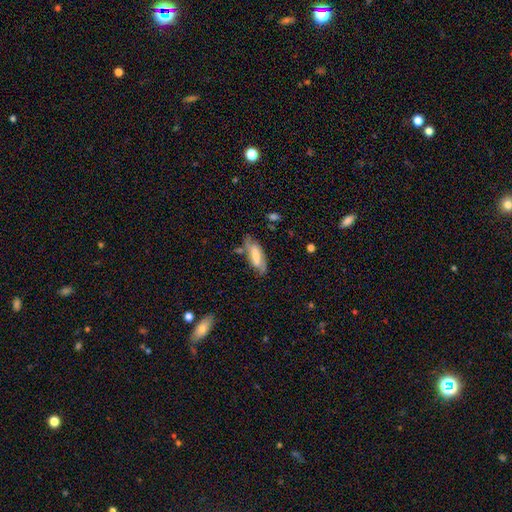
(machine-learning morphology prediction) A featured or disk galaxy (59%). Merging: none (66%).